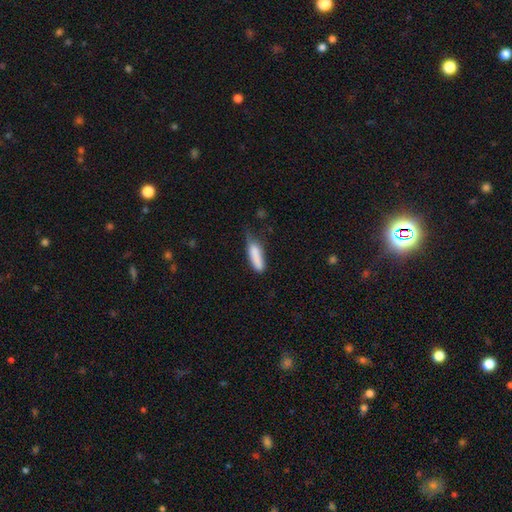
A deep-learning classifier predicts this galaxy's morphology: This appears to be a smooth galaxy with no disk features (82%) that is cigar-shaped (60%). Merging: minor disturbance (42%).